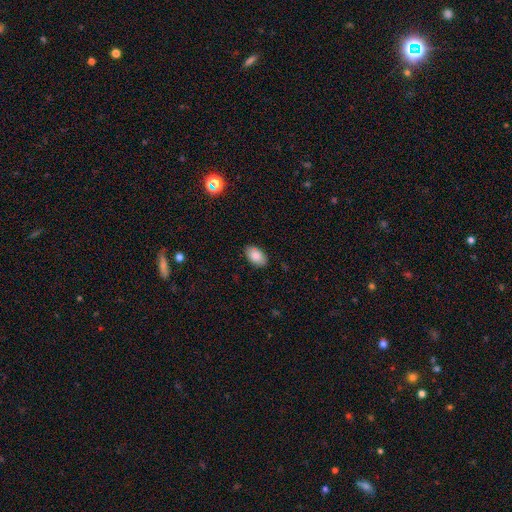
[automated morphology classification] The model was most divided on "merging": none: 87%, minor disturbance: 9%, major disturbance: 2%, merger: 1%. More confident: how rounded — in between (93%); smooth or featured — smooth (86%).